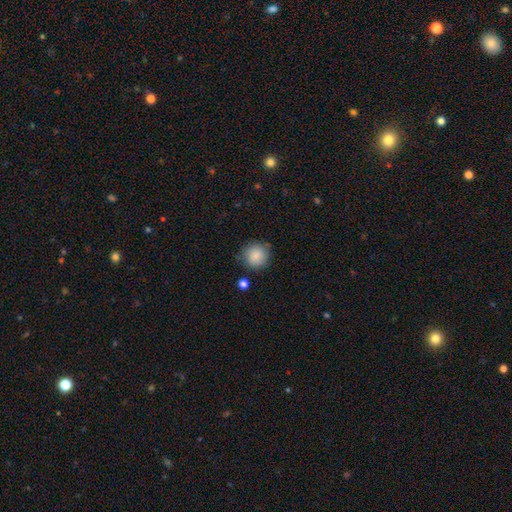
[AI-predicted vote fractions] A smooth galaxy with no disk features (87%) that is round (90%). Merging: none (80%).